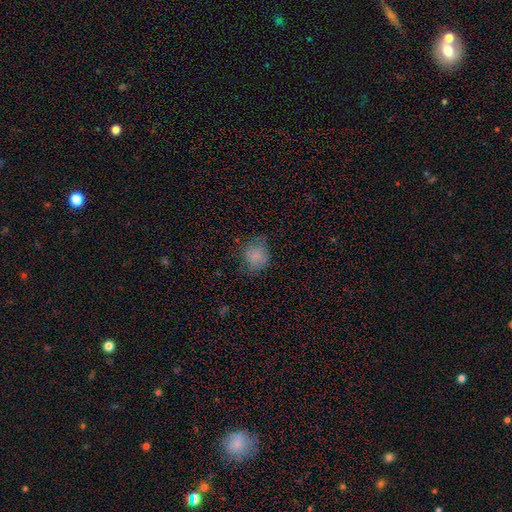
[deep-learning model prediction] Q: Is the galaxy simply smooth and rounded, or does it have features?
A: smooth — 75%.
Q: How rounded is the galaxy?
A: round — 69%.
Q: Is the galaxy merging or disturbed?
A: none — 59%.